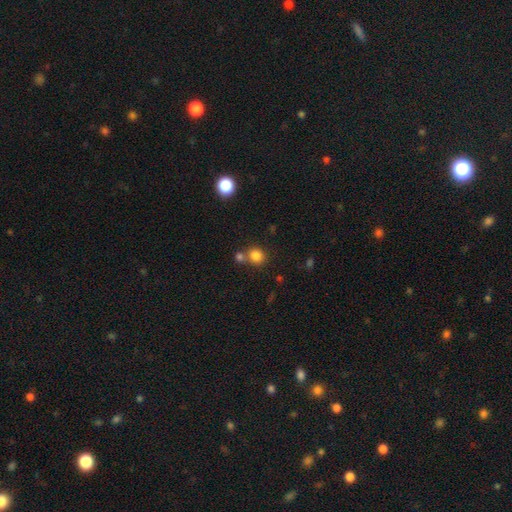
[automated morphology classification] The model was most divided on "merging": none: 61%, merger: 27%, minor disturbance: 9%, major disturbance: 3%. More confident: smooth or featured — smooth (82%); how rounded — round (77%).